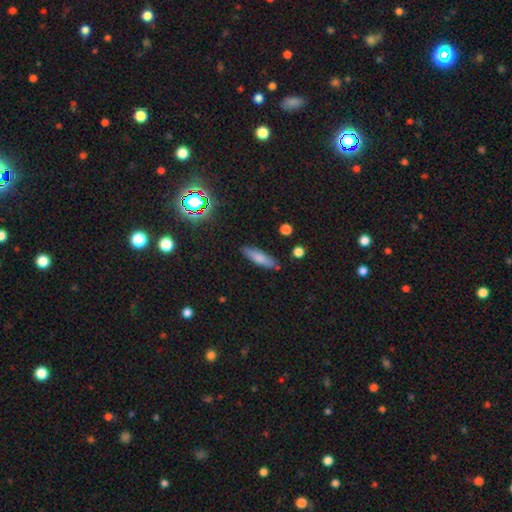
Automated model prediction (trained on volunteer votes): A smooth galaxy with no disk features (66%) that is cigar-shaped (65%). Merging: none (87%).